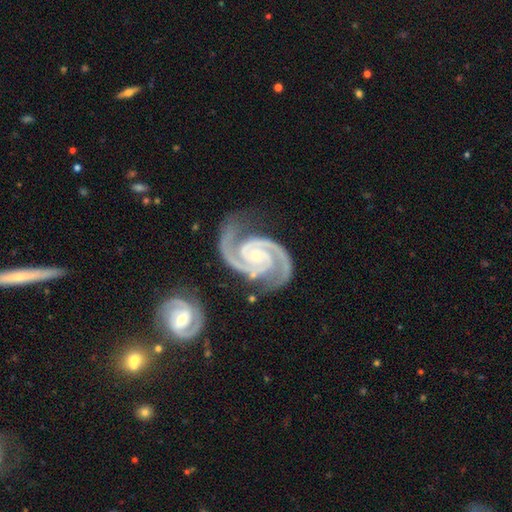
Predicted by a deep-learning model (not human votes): This is clearly a featured or disk galaxy (95%). It is clearly not viewed edge-on (98%). Bar: likely no (63%). Spiral arm pattern: clearly yes (99%). Spiral arm count: clearly 2 (92%). Spiral winding: possibly tight (51%). Central bulge: likely small (79%). Merging: likely none (65%).